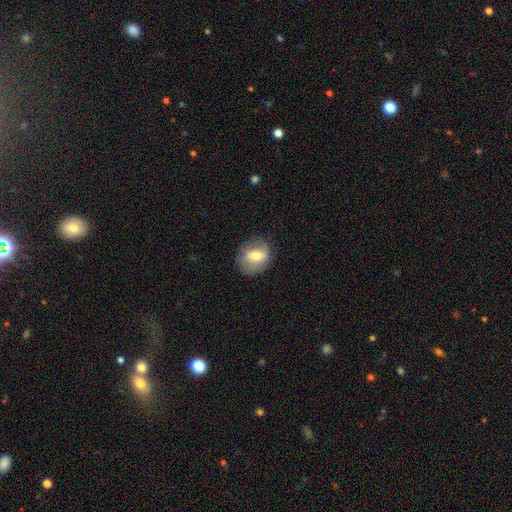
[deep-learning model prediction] Overall: smooth (57%; featured or disk 35%). How rounded: round (59%; in between 40%). Merging: none (80%).